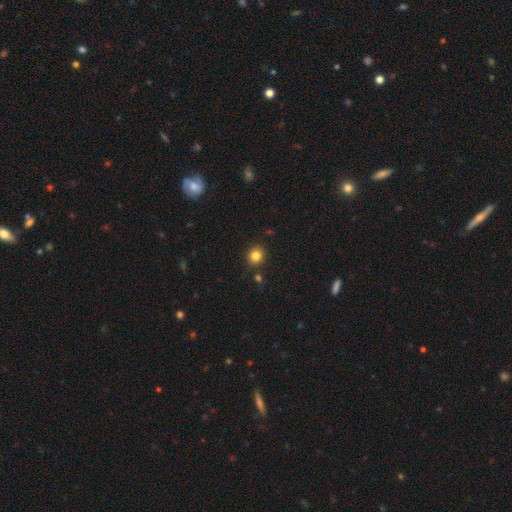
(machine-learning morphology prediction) smooth_or_featured: smooth (p=0.82) [alt: star or artifact p=0.12]
how_rounded: round (p=0.85) [alt: in between p=0.14]
merging: none (p=0.88) [alt: minor disturbance p=0.07]